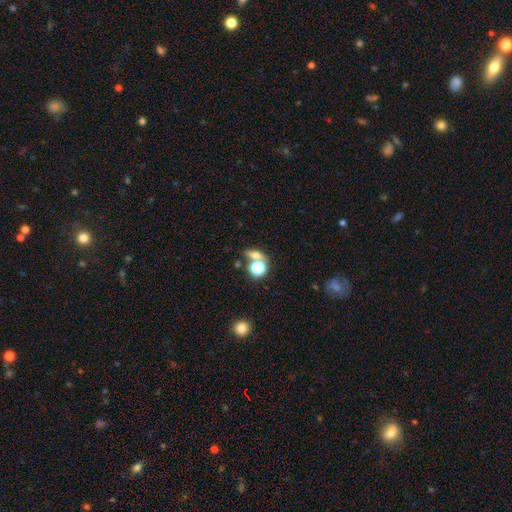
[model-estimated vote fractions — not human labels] smooth-or-featured: smooth: 62% | star or artifact: 23% | featured or disk: 15%
  how-rounded: in between: 52% | round: 40% | cigar-shaped: 9%
  merging: none: 53% | merger: 33% | minor disturbance: 9% | major disturbance: 5%